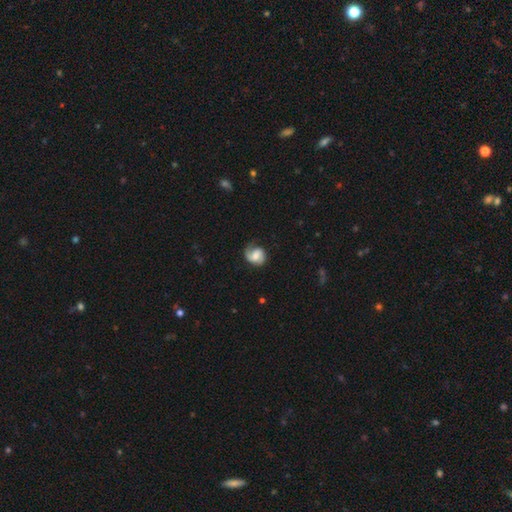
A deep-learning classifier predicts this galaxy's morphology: The model was most divided on "spiral arm count": 2: 49%, 1: 42%, can't tell: 6%, 3: 1%, 4: 1%, more than 4: 1%. Remaining: edge-on disk — no (98%); spiral arms — yes (92%); smooth or featured — featured or disk (59%); merging — none (57%); bar — no (52%); bulge size — moderate (43%); spiral winding — medium (40%).